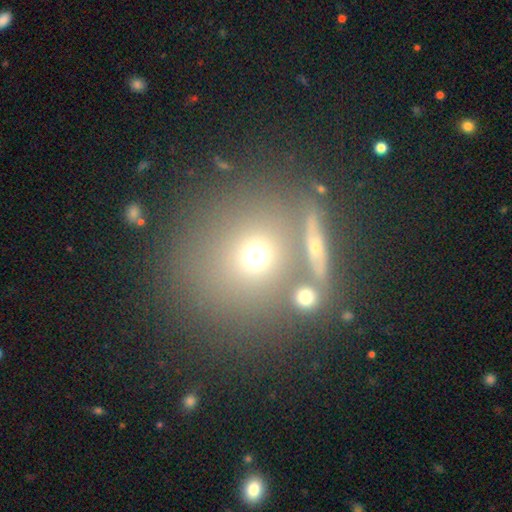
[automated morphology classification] Smooth or featured? Predicted: smooth (p=0.61). How rounded? Predicted: round (p=0.88). Merging? Predicted: none (p=0.67).